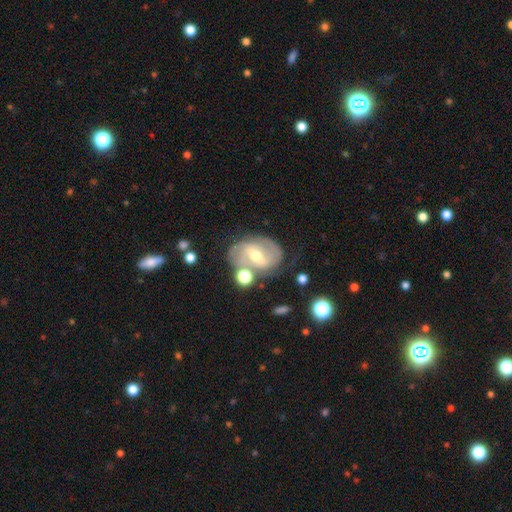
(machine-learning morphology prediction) featured or disk 78%, smooth 15%, star or artifact 7%. Down the decision tree: edge-on disk — no (95%); bar — weak (46%); spiral arms — yes (86%); spiral arm count — 2 (64%); spiral winding — medium (42%); bulge size — moderate (64%); merging — none (62%).